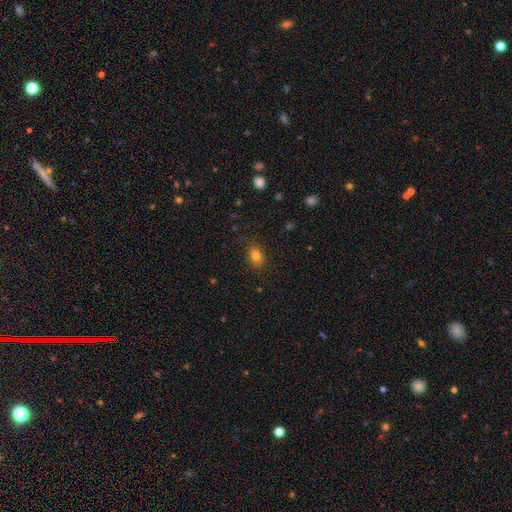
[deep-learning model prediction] Smooth or featured?
  - smooth: 82% *
  - star or artifact: 11%
  - featured or disk: 7%
How rounded?
  - in between: 76% *
  - round: 23%
  - cigar-shaped: 2%
Merging?
  - none: 85% *
  - minor disturbance: 11%
  - major disturbance: 3%
  - merger: 1%